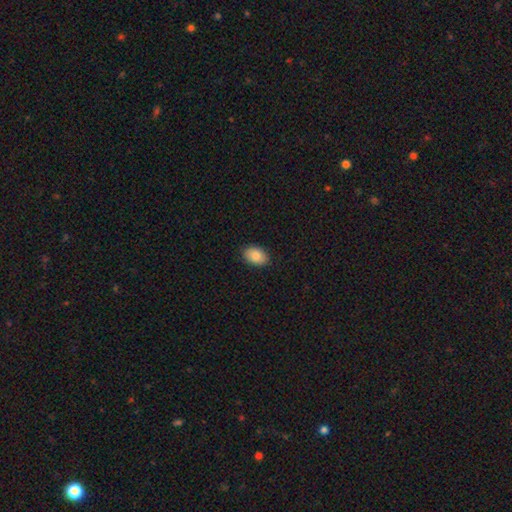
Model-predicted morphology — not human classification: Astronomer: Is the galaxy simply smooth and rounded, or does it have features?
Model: smooth — 85%.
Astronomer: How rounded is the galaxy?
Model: in between — 86%.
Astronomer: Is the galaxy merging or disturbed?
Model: none — 88%.